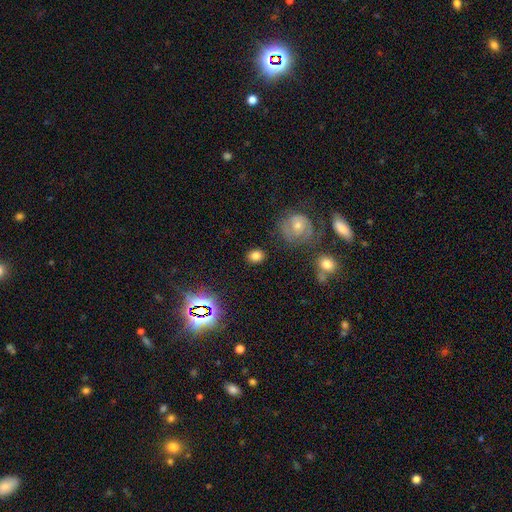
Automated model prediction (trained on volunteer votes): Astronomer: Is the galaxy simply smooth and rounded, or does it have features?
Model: smooth — 77%.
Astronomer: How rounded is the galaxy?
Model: round — 55% (runner-up: in between, 44%).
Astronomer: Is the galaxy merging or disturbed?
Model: none — 84%.